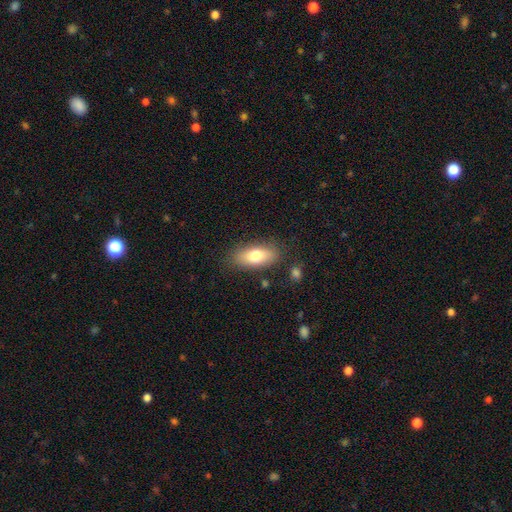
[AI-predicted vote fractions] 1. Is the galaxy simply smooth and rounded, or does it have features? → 75% smooth, 18% featured or disk, 7% star or artifact.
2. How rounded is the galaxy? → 83% in between, 13% cigar-shaped, 4% round.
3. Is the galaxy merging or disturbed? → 82% none, 12% minor disturbance, 3% major disturbance, 2% merger.